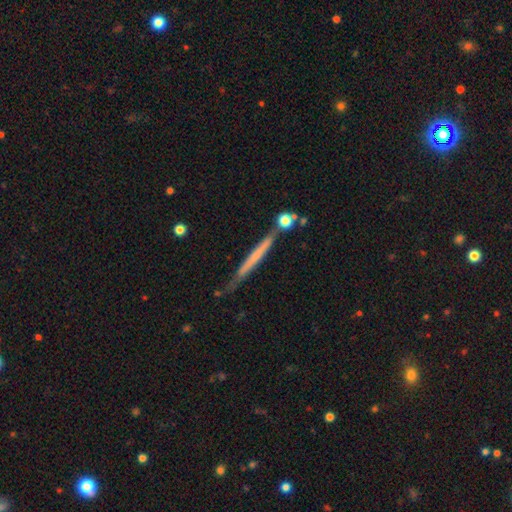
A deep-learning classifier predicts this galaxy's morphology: This appears to be a featured or disk galaxy (53%) viewed edge-on (95%) with no central bulge (83%). Merging: none (74%).